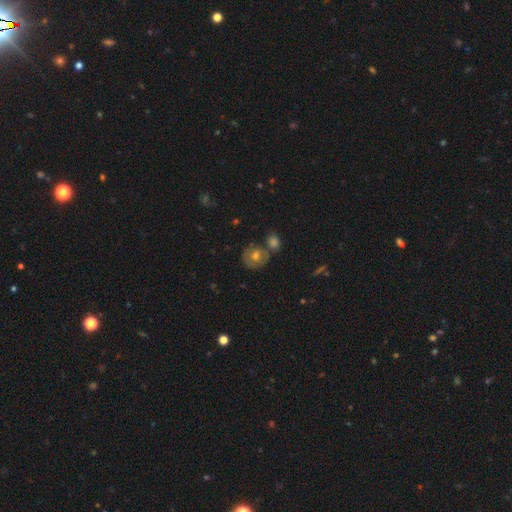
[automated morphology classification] Smooth or featured? smooth (45%)
Merging? none (60%)